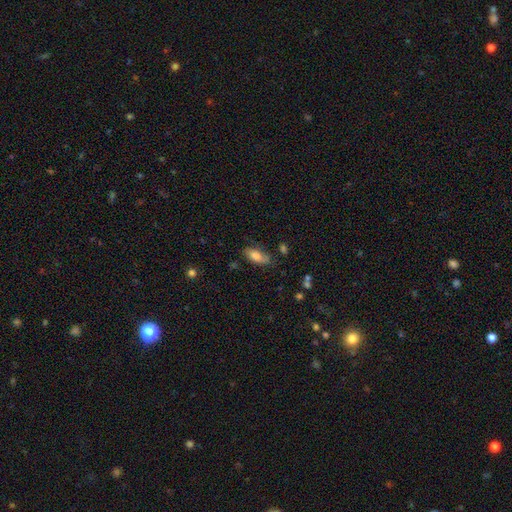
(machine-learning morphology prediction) Smooth or featured? smooth (75%)
How rounded? in between (85%)
Merging? none (63%)